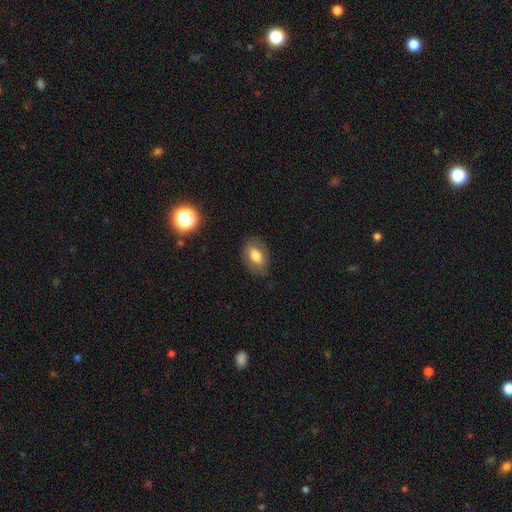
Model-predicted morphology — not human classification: smooth_or_featured: smooth (p=0.74) [alt: featured or disk p=0.18]
how_rounded: in between (p=0.87) [alt: round p=0.12]
merging: none (p=0.80) [alt: minor disturbance p=0.15]